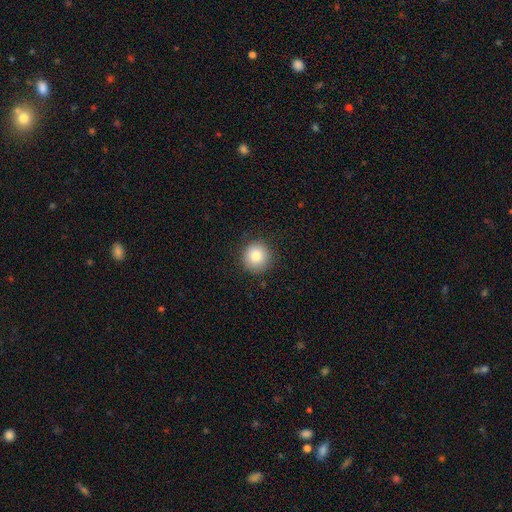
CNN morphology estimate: This is clearly a smooth galaxy (83%). How rounded: clearly round (95%). Merging: clearly none (89%).